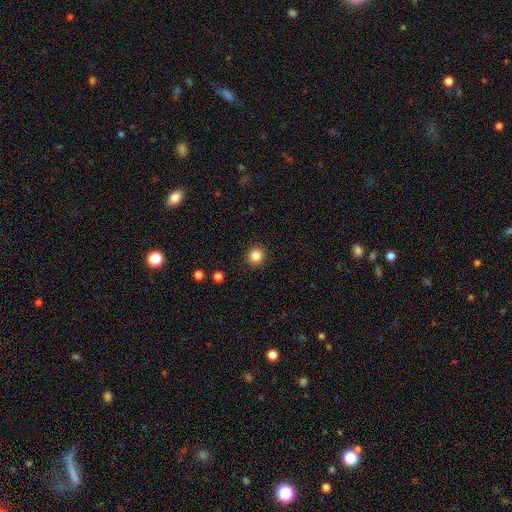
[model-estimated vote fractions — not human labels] Smooth or featured? Predicted: smooth (p=0.84). How rounded? Predicted: round (p=0.94). Merging? Predicted: none (p=0.92).